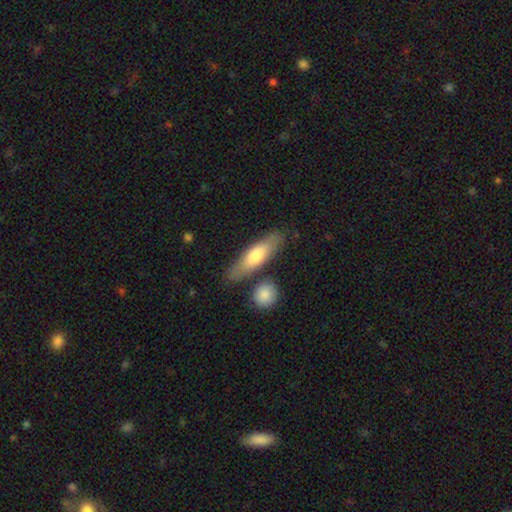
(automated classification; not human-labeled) Q: Smooth or featured?
A: smooth (65%); runner-up: featured or disk (30%)
Q: How rounded?
A: cigar-shaped (63%); runner-up: in between (34%)
Q: Merging?
A: none (77%); runner-up: minor disturbance (12%)